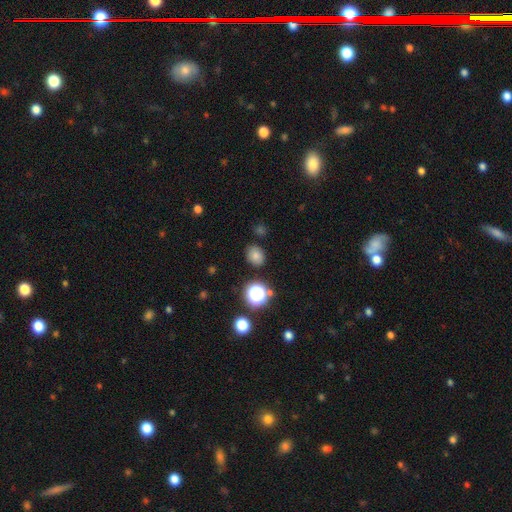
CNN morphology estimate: Smooth or featured? smooth (76%)
How rounded? round (58%)
Merging? none (83%)